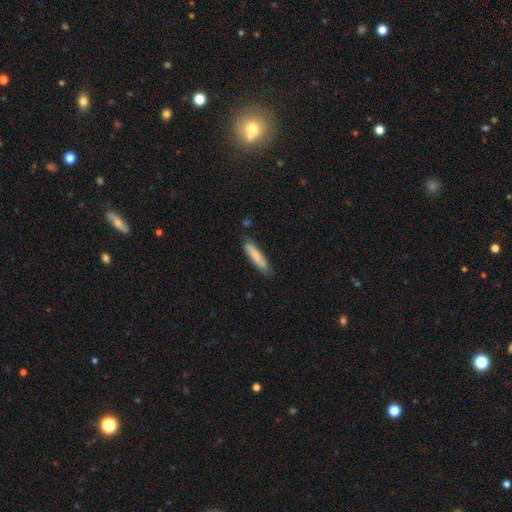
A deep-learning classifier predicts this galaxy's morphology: Q: Smooth or featured?
A: smooth (75%); runner-up: featured or disk (20%)
Q: How rounded?
A: cigar-shaped (83%); runner-up: in between (15%)
Q: Merging?
A: none (82%); runner-up: minor disturbance (14%)